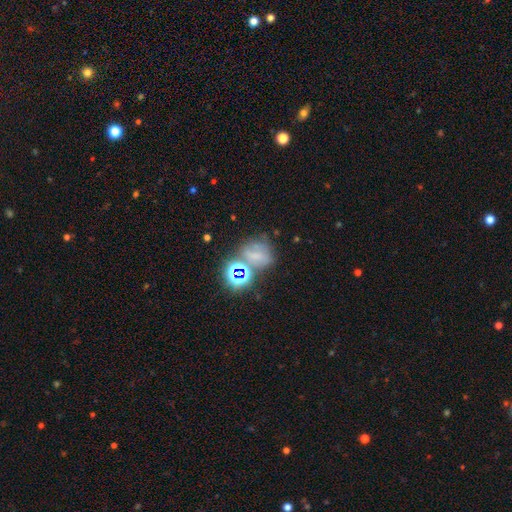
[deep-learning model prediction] smooth 44%, star or artifact 38%, featured or disk 18%. Down the decision tree: merging — none (46%).